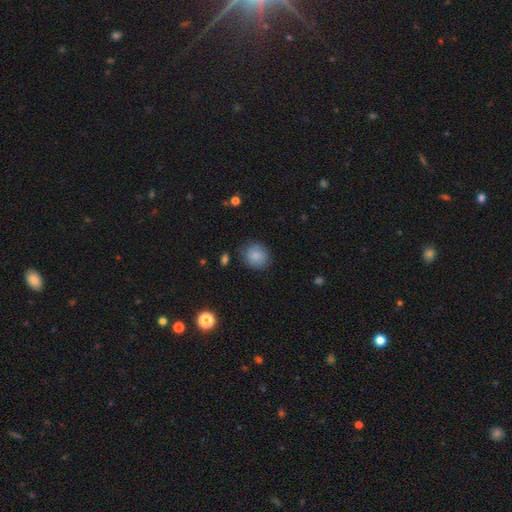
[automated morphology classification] The model was most divided on "how rounded": round: 79%, in between: 20%, cigar-shaped: 1%. More confident: smooth or featured — smooth (85%); merging — none (81%).